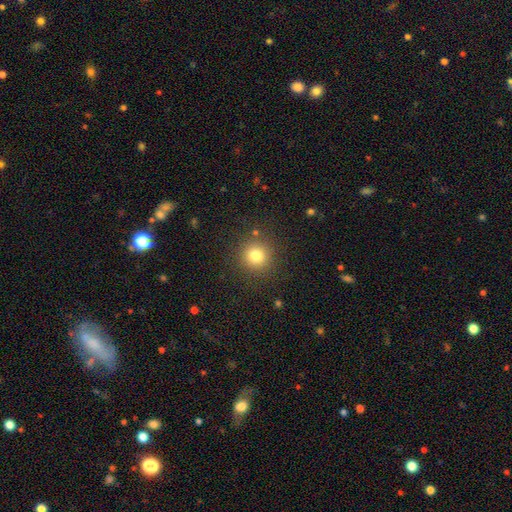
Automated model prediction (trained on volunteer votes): smooth-or-featured: smooth: 78% | star or artifact: 14% | featured or disk: 8%
  how-rounded: round: 93% | in between: 6% | cigar-shaped: 1%
  merging: none: 87% | minor disturbance: 7% | major disturbance: 3% | merger: 2%